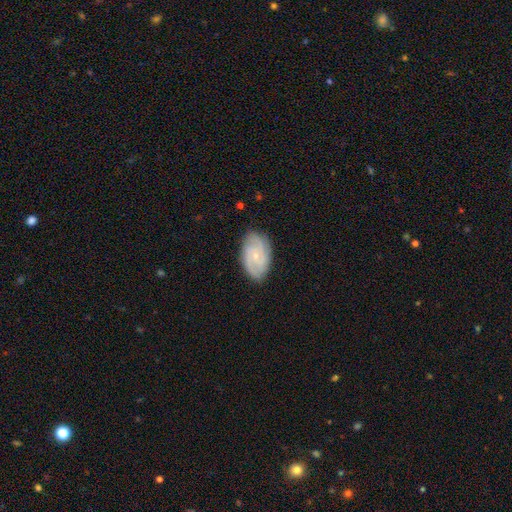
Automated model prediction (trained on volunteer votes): This is likely a featured or disk galaxy (77%). It is clearly not viewed edge-on (97%). Bar: likely no (67%). Spiral arm pattern: clearly yes (95%). Spiral arm count: marginally 2 (35%). Spiral winding: possibly tight (54%). Central bulge: likely small (77%). Merging: clearly none (82%).